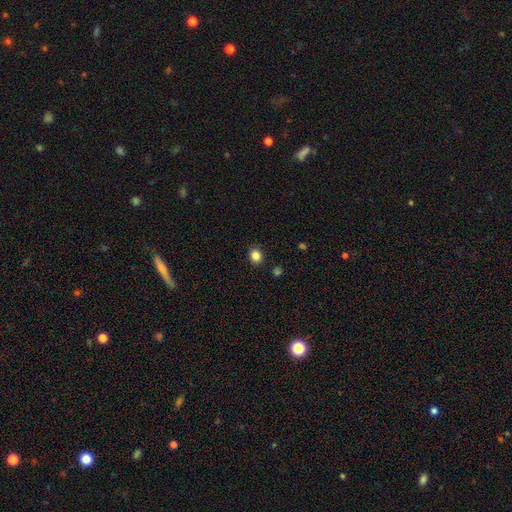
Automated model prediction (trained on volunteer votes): This appears to be a smooth galaxy with no disk features (84%) that is round (72%). Merging: none (90%).